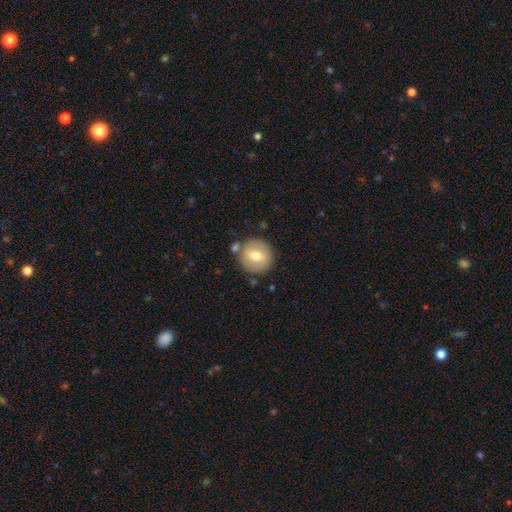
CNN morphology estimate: The model was most divided on "smooth or featured": smooth: 68%, featured or disk: 24%, star or artifact: 8%. More confident: how rounded — round (93%); merging — none (80%).